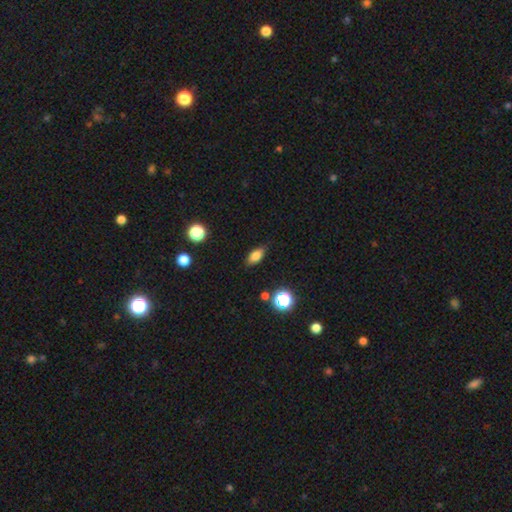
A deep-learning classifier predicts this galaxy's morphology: A smooth galaxy with no disk features (78%) that is in between round and cigar-shaped (83%). Merging: none (84%).